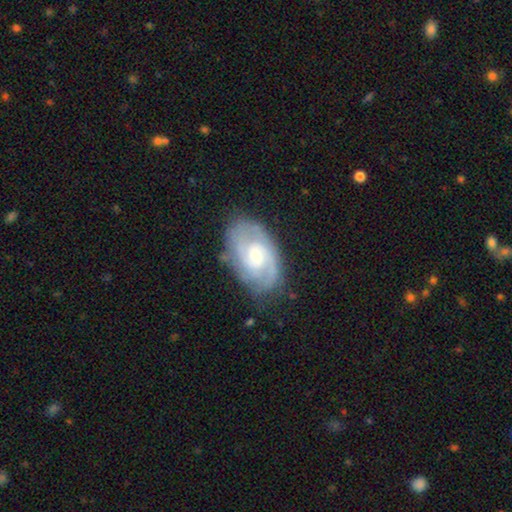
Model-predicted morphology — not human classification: smooth-or-featured: featured or disk: 82% | smooth: 13% | star or artifact: 5%
  disk-edge-on: no: 96% | yes: 4%
    bar: no: 54% | weak: 41% | strong: 5%
    has-spiral-arms: yes: 95% | no: 5%
      spiral-winding: tight: 51% | medium: 40% | loose: 9%
      spiral-arm-count: 2: 60% | can't tell: 18% | 3: 13% | 1: 4% | 4: 3% | more than 4: 2%
    bulge-size: small: 46% | moderate: 45% | large: 5% | none: 3% | dominant: 1%
  merging: none: 74% | minor disturbance: 18% | major disturbance: 6% | merger: 1%